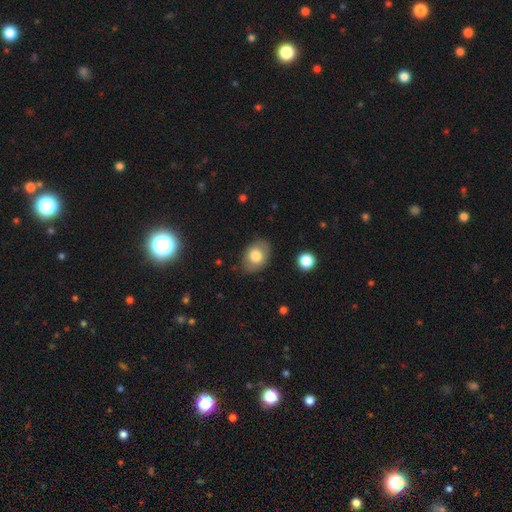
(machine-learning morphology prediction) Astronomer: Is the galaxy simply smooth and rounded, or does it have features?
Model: smooth — 75%.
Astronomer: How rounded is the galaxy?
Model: in between — 78%.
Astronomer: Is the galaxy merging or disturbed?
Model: none — 79%.